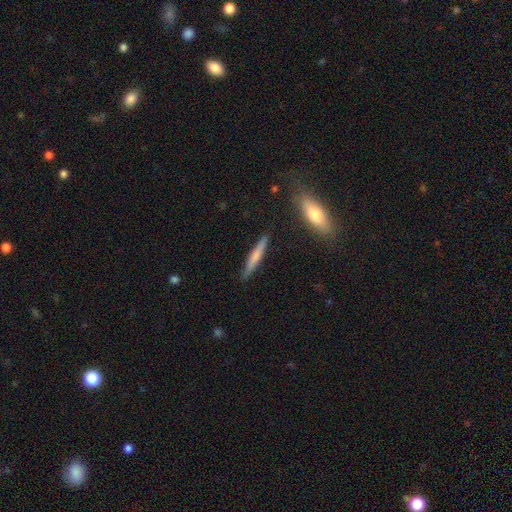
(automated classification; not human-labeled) smooth 60%, featured or disk 35%, star or artifact 6%. Down the decision tree: how rounded — cigar-shaped (93%); merging — none (88%).